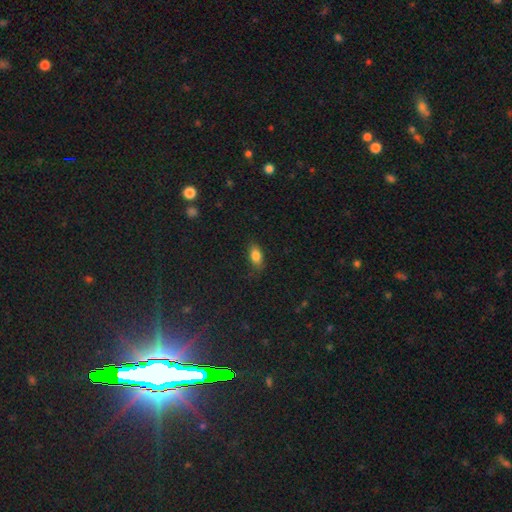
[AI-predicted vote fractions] A smooth galaxy with no disk features (82%) that is in between round and cigar-shaped (86%). Merging: none (76%).